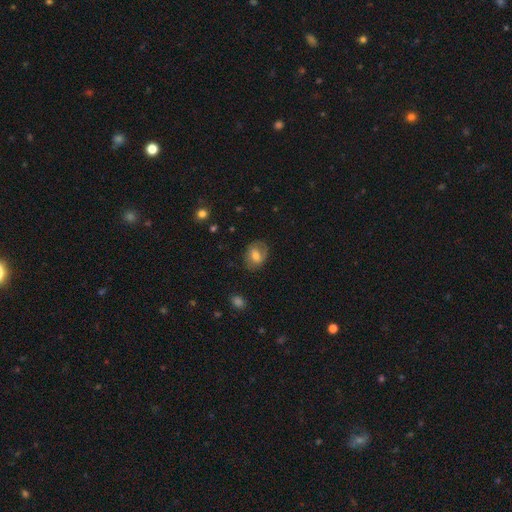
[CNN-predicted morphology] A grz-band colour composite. It shows a smooth galaxy with no disk features (60%) that is in between round and cigar-shaped (61%). Merging: none (71%).